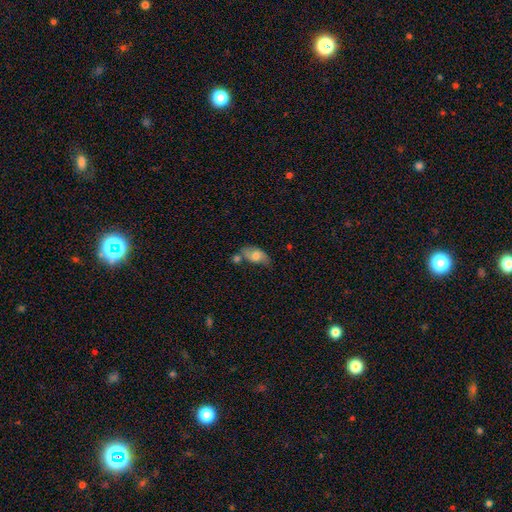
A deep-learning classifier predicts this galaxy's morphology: Smooth or featured? smooth (61%)
How rounded? in between (88%)
Merging? none (47%)